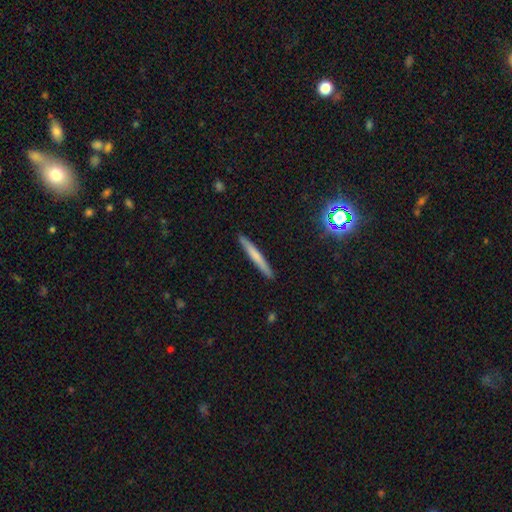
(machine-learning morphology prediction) Smooth or featured: smooth — 62% (featured or disk — 30%)
How rounded: cigar-shaped — 96% (in between — 3%)
Merging: none — 92% (minor disturbance — 6%)